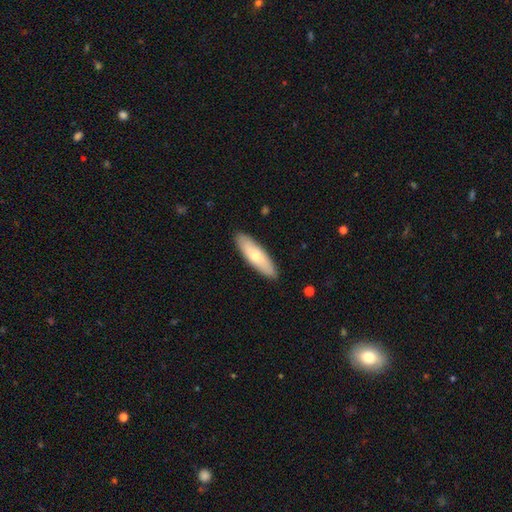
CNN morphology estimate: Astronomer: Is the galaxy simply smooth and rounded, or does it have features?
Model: smooth — 68%.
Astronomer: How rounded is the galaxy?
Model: cigar-shaped — 58% (runner-up: in between, 40%).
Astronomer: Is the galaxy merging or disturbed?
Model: none — 89%.